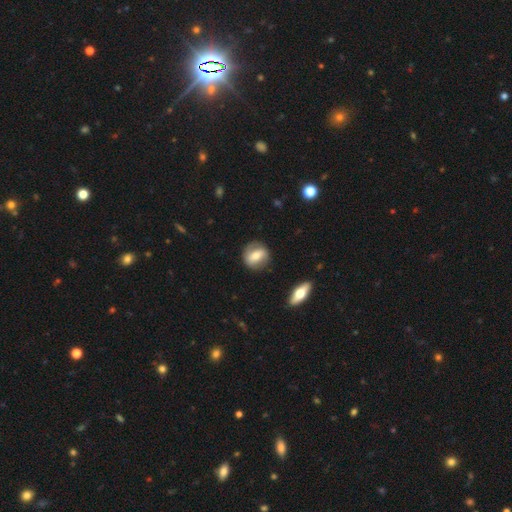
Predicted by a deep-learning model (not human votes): smooth_or_featured: smooth (p=0.54) [alt: featured or disk p=0.40]
how_rounded: round (p=0.64) [alt: in between p=0.33]
merging: none (p=0.79) [alt: minor disturbance p=0.14]